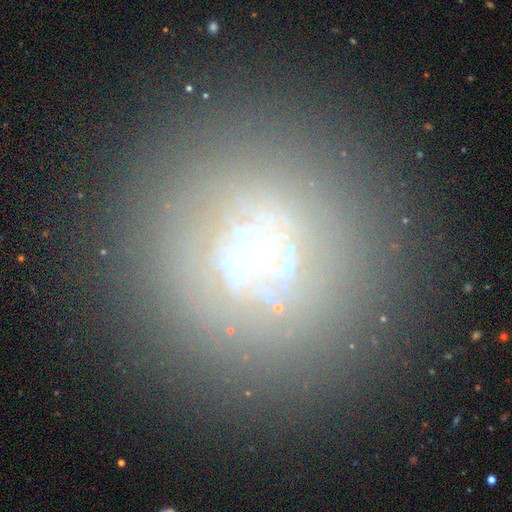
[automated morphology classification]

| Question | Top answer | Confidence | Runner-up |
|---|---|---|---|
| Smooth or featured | smooth | 40% | star or artifact (32%) |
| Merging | none | 82% | minor disturbance (10%) |